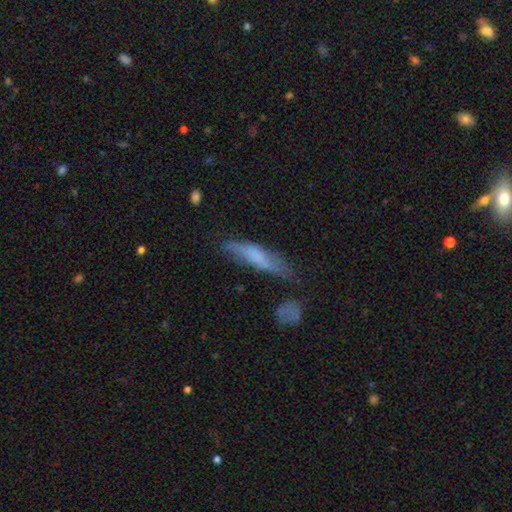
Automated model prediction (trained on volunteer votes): Smooth or featured? Predicted: smooth (p=0.59). How rounded? Predicted: cigar-shaped (p=0.78). Merging? Predicted: none (p=0.54).